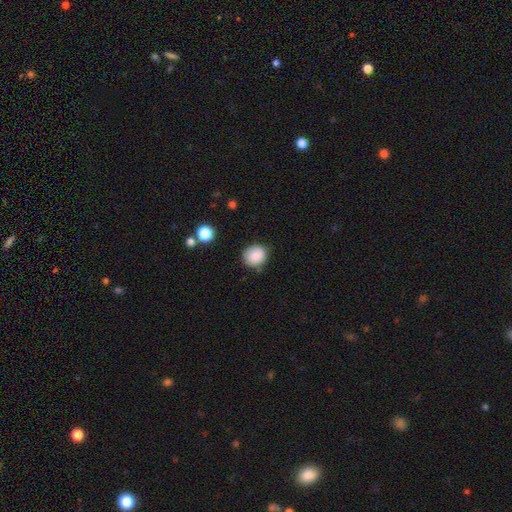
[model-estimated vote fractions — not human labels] Smooth or featured: smooth — 87% (star or artifact — 8%)
How rounded: round — 80% (in between — 20%)
Merging: none — 79% (minor disturbance — 16%)